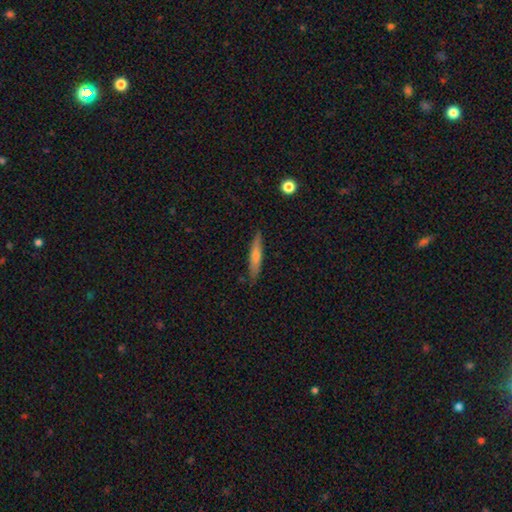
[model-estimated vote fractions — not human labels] The model was most divided on "smooth or featured": smooth: 55%, featured or disk: 39%, star or artifact: 6%. More confident: how rounded — cigar-shaped (89%); merging — none (86%).